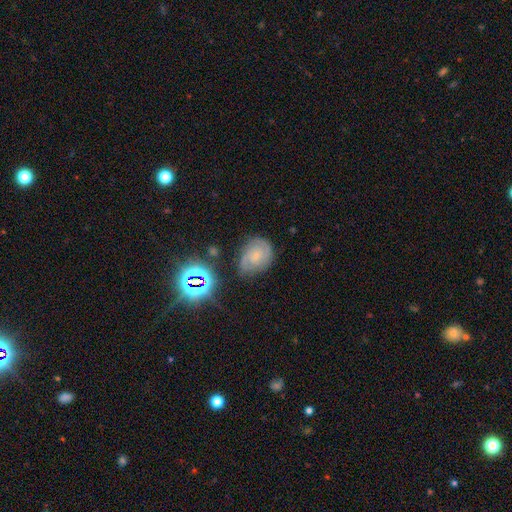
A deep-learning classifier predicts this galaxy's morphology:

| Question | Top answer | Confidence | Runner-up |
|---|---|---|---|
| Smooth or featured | featured or disk | 68% | smooth (19%) |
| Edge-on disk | no | 97% | yes (3%) |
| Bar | no | 68% | weak (27%) |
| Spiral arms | yes | 93% | no (7%) |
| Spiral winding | tight | 54% | medium (37%) |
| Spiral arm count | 2 | 49% | can't tell (20%) |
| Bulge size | small | 70% | moderate (20%) |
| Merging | none | 68% | minor disturbance (22%) |